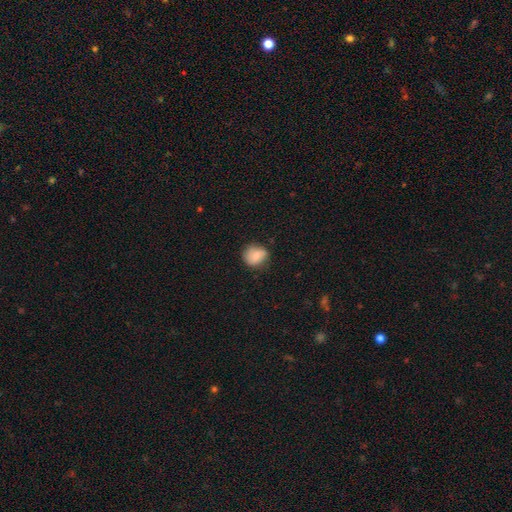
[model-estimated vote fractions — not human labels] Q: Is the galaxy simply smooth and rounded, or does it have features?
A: smooth — 76%.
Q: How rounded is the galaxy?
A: round — 74%.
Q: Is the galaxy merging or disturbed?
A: none — 71%.